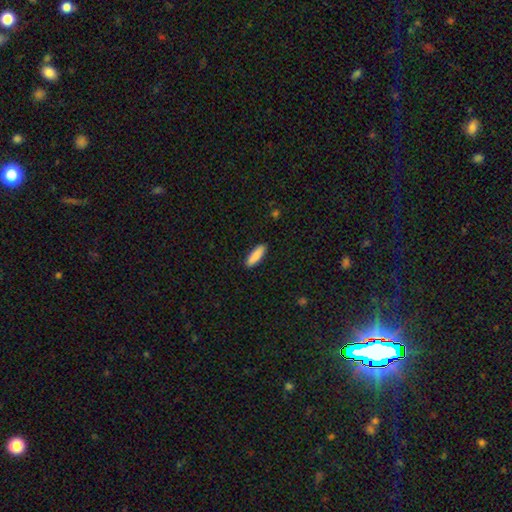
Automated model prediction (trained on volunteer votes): Smooth or featured?
  - smooth: 88% *
  - featured or disk: 6%
  - star or artifact: 6%
How rounded?
  - cigar-shaped: 53% *
  - in between: 46%
  - round: 2%
Merging?
  - none: 91% *
  - minor disturbance: 7%
  - major disturbance: 1%
  - merger: 1%